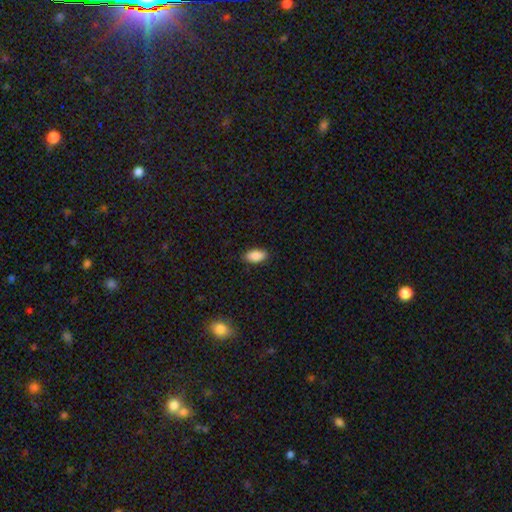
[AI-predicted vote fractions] A smooth galaxy with no disk features (88%) that is in between round and cigar-shaped (93%). Merging: none (85%).